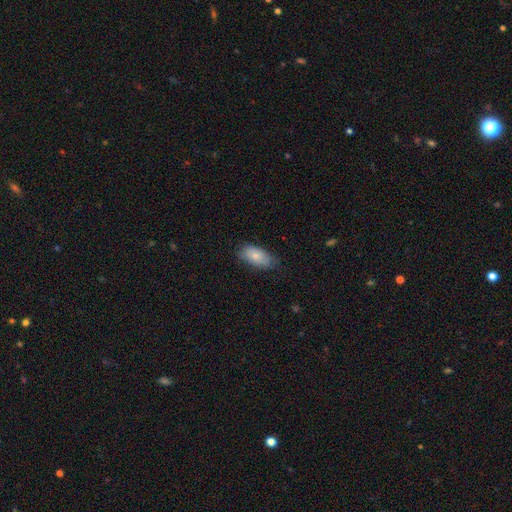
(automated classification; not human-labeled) This appears to be a smooth galaxy with no disk features (79%) that is in between round and cigar-shaped (92%). Merging: none (73%).